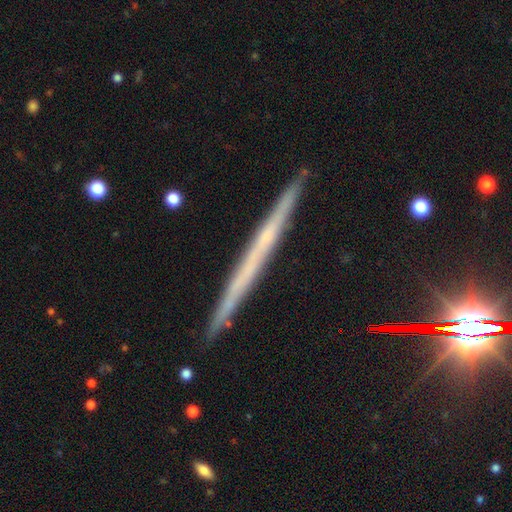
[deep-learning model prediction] Smooth or featured?
  - featured or disk: 64% *
  - smooth: 24%
  - star or artifact: 12%
Edge-on disk?
  - yes: 97% *
  - no: 3%
Edge-on bulge?
  - none: 84% *
  - rounded: 12%
  - boxy: 4%
Merging?
  - none: 88% *
  - minor disturbance: 9%
  - merger: 1%
  - major disturbance: 1%